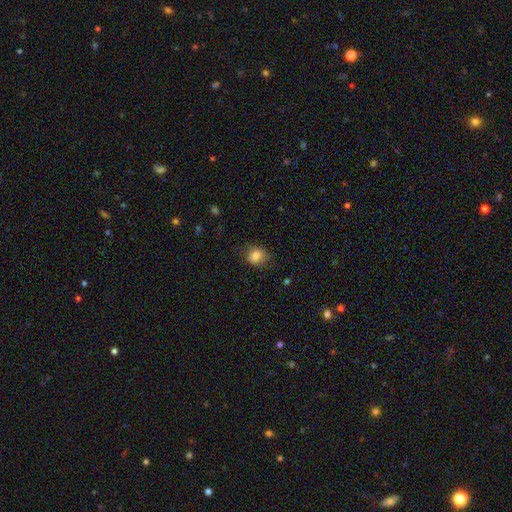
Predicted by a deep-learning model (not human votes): Smooth or featured? Predicted: smooth (p=0.83). How rounded? Predicted: round (p=0.57). Merging? Predicted: none (p=0.77).